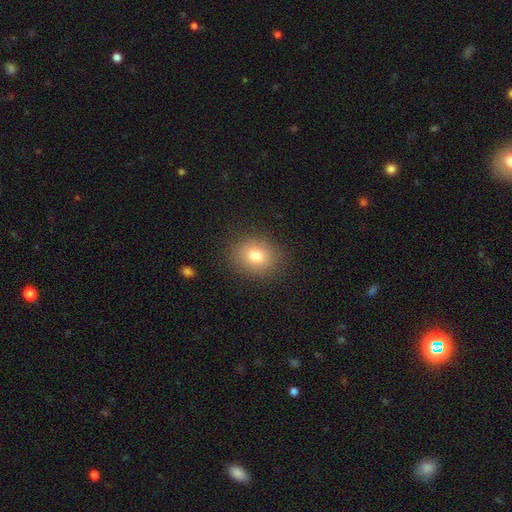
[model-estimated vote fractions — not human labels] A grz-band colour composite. It shows a smooth galaxy with no disk features (80%) that is round (65%). Merging: none (87%).